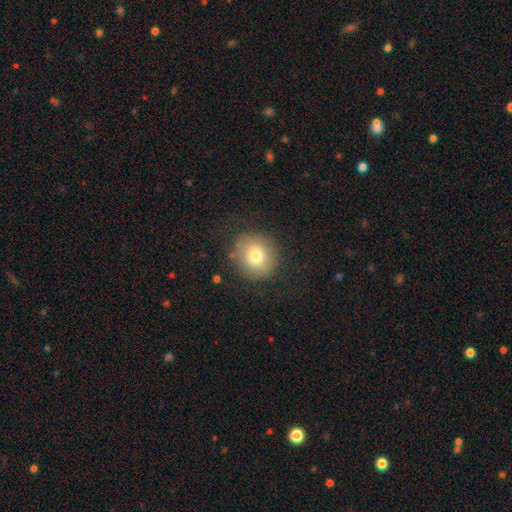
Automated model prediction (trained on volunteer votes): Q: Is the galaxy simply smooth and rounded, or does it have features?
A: smooth — 76%.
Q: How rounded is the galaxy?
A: round — 88%.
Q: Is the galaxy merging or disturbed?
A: none — 84%.